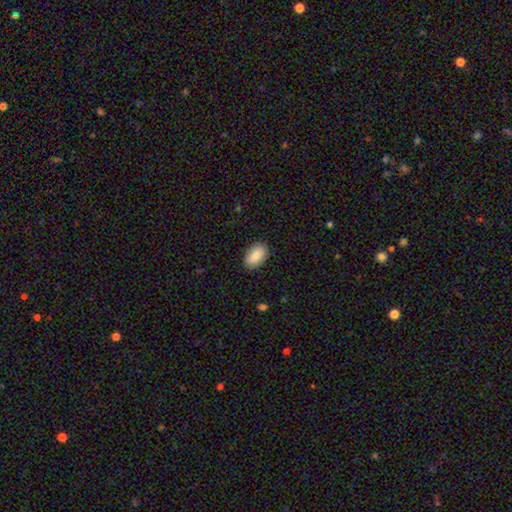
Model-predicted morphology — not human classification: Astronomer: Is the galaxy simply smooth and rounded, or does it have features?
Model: smooth — 85%.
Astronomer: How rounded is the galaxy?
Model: in between — 91%.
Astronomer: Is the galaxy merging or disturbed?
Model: none — 87%.